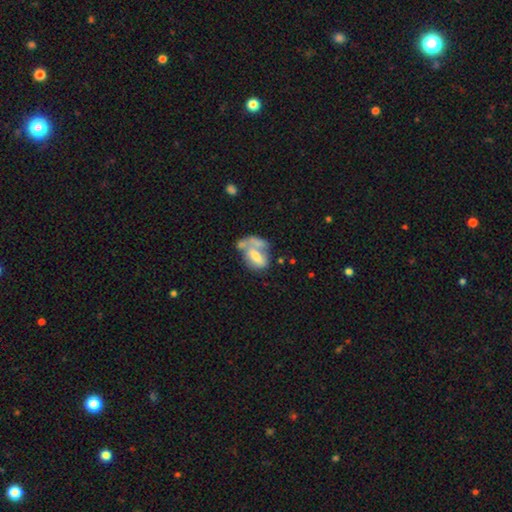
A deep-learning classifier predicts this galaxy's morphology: Q: Smooth or featured?
A: smooth (50%); runner-up: featured or disk (42%)
Q: Merging?
A: merger (35%); runner-up: major disturbance (25%)